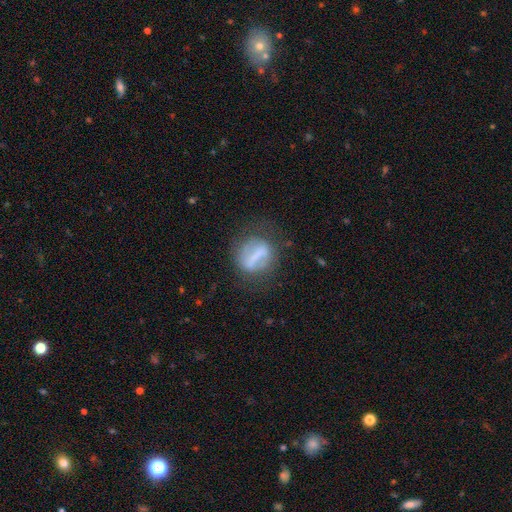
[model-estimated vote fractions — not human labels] Smooth or featured? Predicted: featured or disk (p=0.52). Edge-on disk? Predicted: no (p=0.87). Merging? Predicted: none (p=0.64).